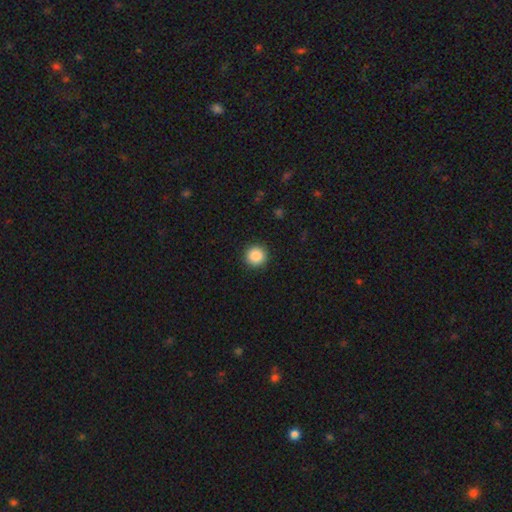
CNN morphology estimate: A smooth galaxy with no disk features (87%) that is round (95%). Merging: none (93%).